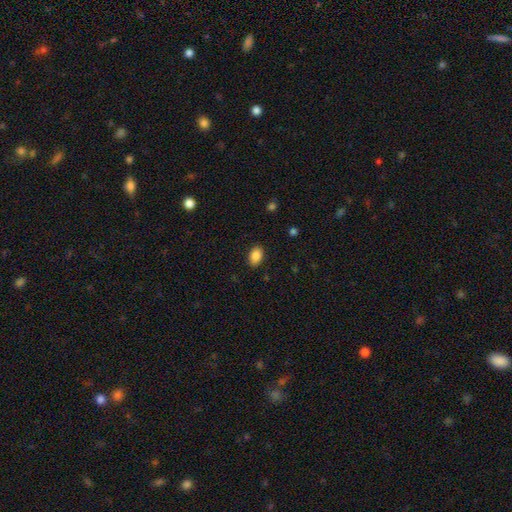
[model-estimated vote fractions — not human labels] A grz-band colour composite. It shows a smooth galaxy with no disk features (88%) that is in between round and cigar-shaped (88%). Merging: none (87%).